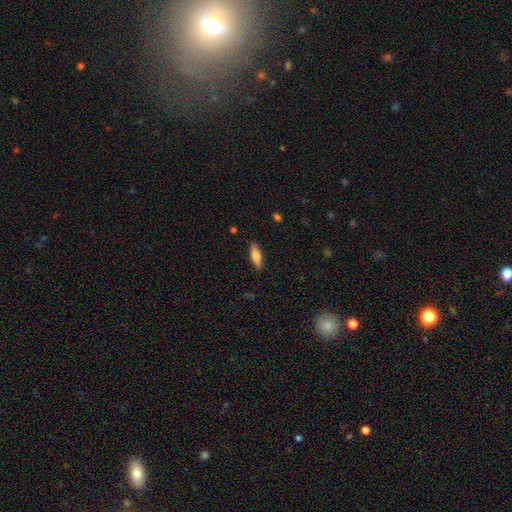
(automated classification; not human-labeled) A smooth galaxy with no disk features (72%) that is in between round and cigar-shaped (53%).

Vote fractions:
- Smooth or featured? smooth: 72% / featured or disk: 22% / star or artifact: 6%
- How rounded? in between: 53% / cigar-shaped: 45% / round: 2%
- Merging? none: 88% / minor disturbance: 9% / major disturbance: 2% / merger: 1%